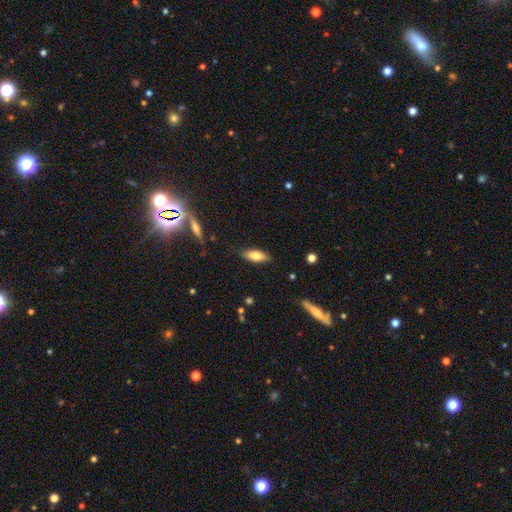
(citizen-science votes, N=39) This appears to be a smooth galaxy with no disk features (72%) that is in between round and cigar-shaped (82%). Merging: none (82%).